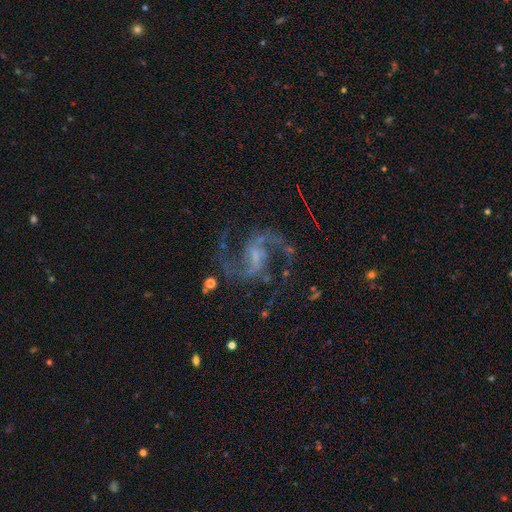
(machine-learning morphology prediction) smooth_or_featured: featured or disk (p=0.92) [alt: star or artifact p=0.06]
disk_edge_on: no (p=0.98) [alt: yes p=0.02]
bar: weak (p=0.53) [alt: no p=0.27]
has_spiral_arms: yes (p=0.98) [alt: no p=0.02]
spiral_winding: medium (p=0.58) [alt: loose p=0.34]
spiral_arm_count: 2 (p=0.93) [alt: 3 p=0.02]
bulge_size: small (p=0.51) [alt: none p=0.29]
merging: none (p=0.76) [alt: minor disturbance p=0.13]